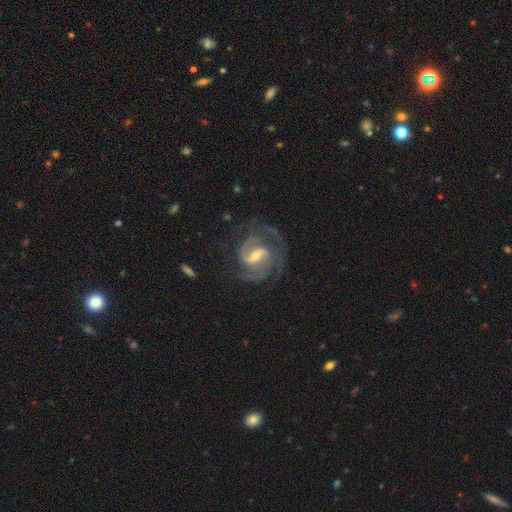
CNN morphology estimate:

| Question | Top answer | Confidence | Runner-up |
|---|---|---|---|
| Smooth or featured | featured or disk | 91% | star or artifact (5%) |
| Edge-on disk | no | 98% | yes (2%) |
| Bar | weak | 48% | strong (41%) |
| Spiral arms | yes | 97% | no (3%) |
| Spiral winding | medium | 51% | tight (38%) |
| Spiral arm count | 2 | 65% | 3 (17%) |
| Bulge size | moderate | 46% | small (45%) |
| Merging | none | 68% | minor disturbance (17%) |